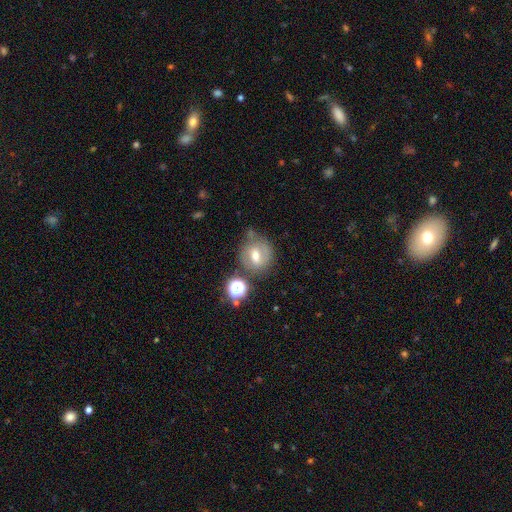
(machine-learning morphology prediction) Smooth or featured: featured or disk — 44% (smooth — 41%)
Merging: none — 60% (minor disturbance — 21%)